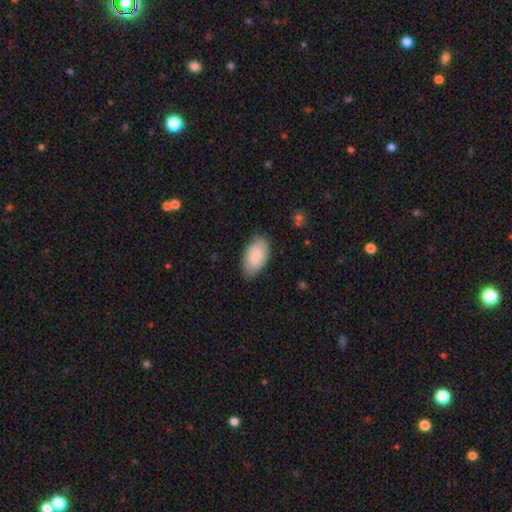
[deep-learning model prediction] Q: Smooth or featured?
A: smooth (79%); runner-up: featured or disk (15%)
Q: How rounded?
A: in between (95%); runner-up: round (4%)
Q: Merging?
A: none (77%); runner-up: minor disturbance (18%)